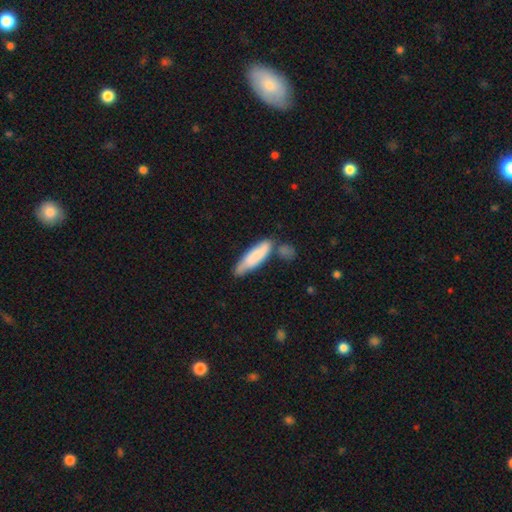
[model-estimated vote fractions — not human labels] Smooth or featured: smooth — 74% (featured or disk — 21%)
How rounded: cigar-shaped — 62% (in between — 36%)
Merging: none — 56% (minor disturbance — 22%)